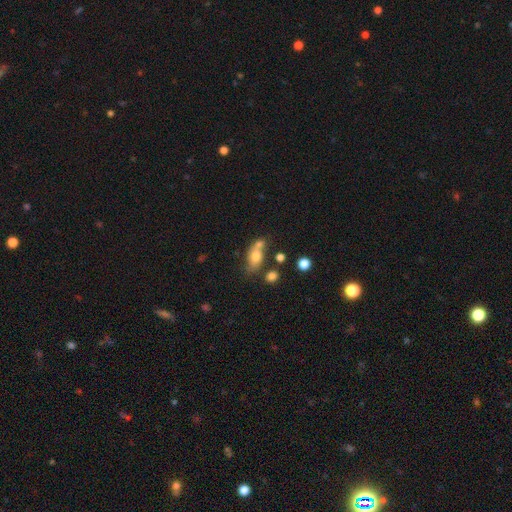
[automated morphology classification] type=smooth (66%); roundness=in between (72%); merging=none (42%).